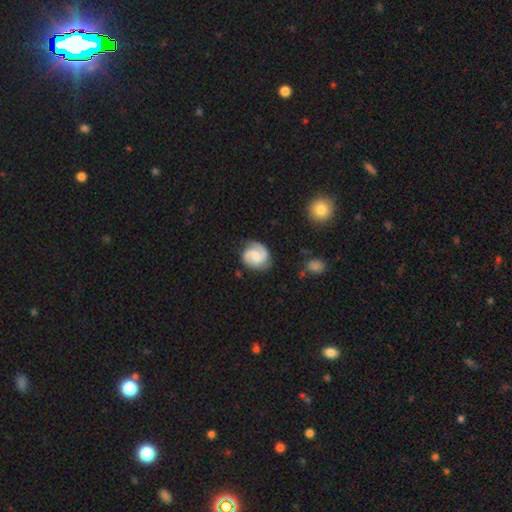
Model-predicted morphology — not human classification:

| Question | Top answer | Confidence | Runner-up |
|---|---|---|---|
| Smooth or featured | featured or disk | 81% | smooth (14%) |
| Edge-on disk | no | 98% | yes (2%) |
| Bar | weak | 48% | no (41%) |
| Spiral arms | yes | 97% | no (3%) |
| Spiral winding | medium | 49% | tight (36%) |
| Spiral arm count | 2 | 88% | can't tell (4%) |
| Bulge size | small | 39% | moderate (32%) |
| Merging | none | 78% | minor disturbance (15%) |